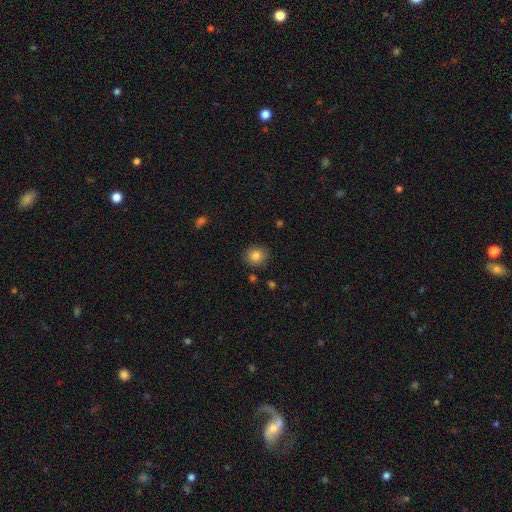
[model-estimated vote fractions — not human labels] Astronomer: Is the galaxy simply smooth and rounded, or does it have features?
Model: smooth — 84%.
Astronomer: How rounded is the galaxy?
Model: round — 82%.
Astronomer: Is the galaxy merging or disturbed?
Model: none — 87%.